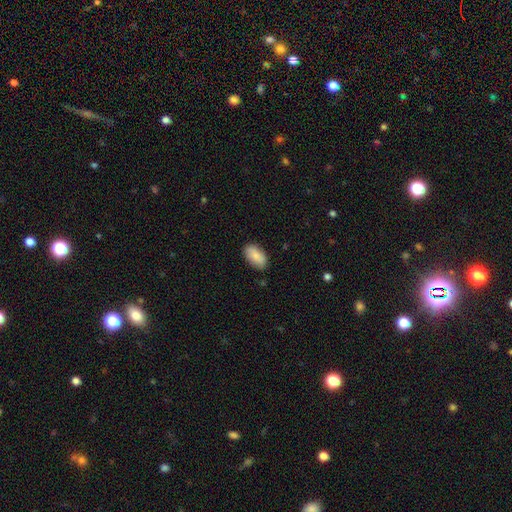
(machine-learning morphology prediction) Smooth or featured?
  - smooth: 84% *
  - featured or disk: 10%
  - star or artifact: 6%
How rounded?
  - in between: 94% *
  - round: 4%
  - cigar-shaped: 3%
Merging?
  - none: 84% *
  - minor disturbance: 13%
  - major disturbance: 2%
  - merger: 1%